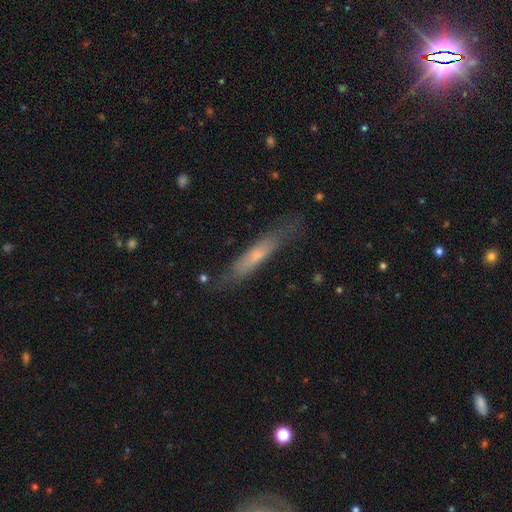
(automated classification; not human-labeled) Overall: smooth (54%; featured or disk 39%). How rounded: cigar-shaped (89%). Merging: none (75%).